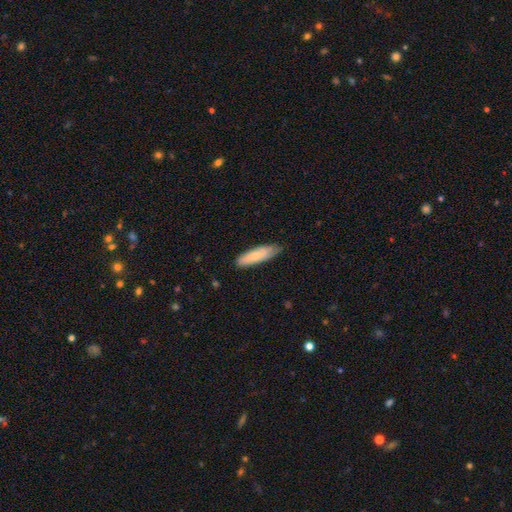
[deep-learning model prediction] Smooth or featured? smooth (77%)
How rounded? cigar-shaped (64%)
Merging? none (74%)